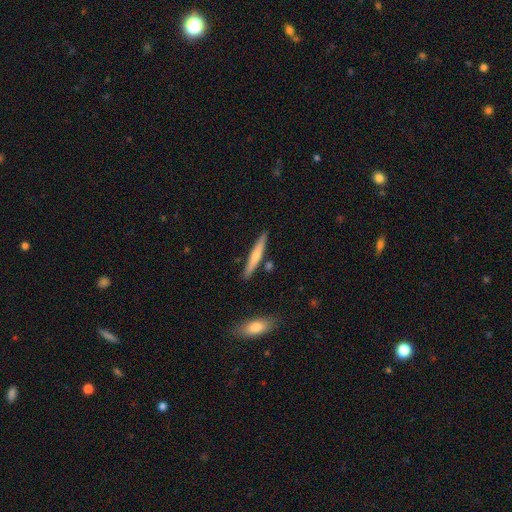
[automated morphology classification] The model was most divided on "smooth or featured": smooth: 63%, featured or disk: 32%, star or artifact: 5%. More confident: how rounded — cigar-shaped (94%); merging — none (85%).